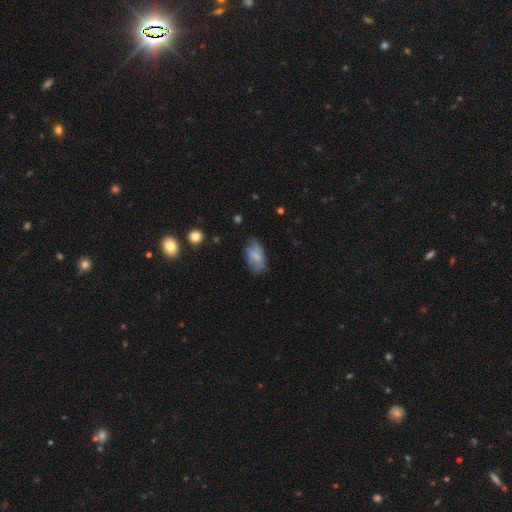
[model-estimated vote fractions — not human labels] Smooth or featured? Predicted: smooth (p=0.71). How rounded? Predicted: in between (p=0.93). Merging? Predicted: none (p=0.59).